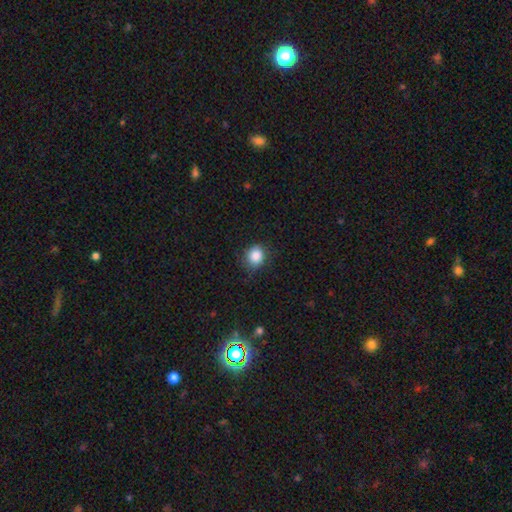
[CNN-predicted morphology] smooth 87%, star or artifact 9%, featured or disk 4%. Down the decision tree: how rounded — round (74%); merging — none (79%).